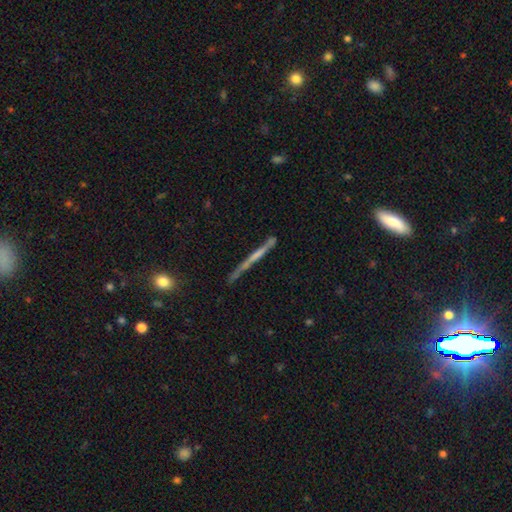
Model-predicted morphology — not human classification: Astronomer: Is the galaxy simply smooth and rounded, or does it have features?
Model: featured or disk — 54% (runner-up: smooth, 37%).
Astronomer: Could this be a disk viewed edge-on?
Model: yes — 91%.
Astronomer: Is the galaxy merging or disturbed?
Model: none — 66%.